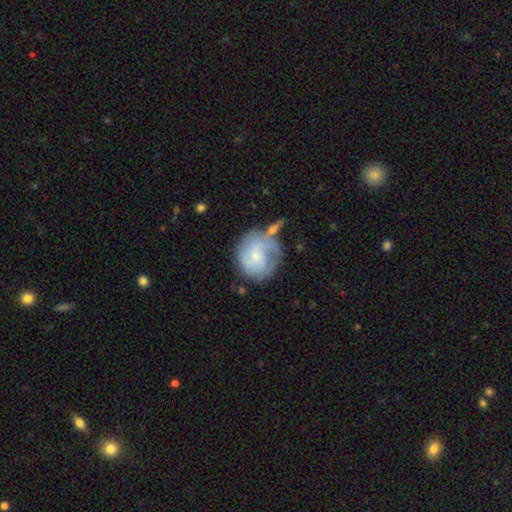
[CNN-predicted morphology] Overall: featured or disk (69%). Edge-on disk: no (98%). Bar: no (58%; weak 37%). Spiral arms: yes (89%). Spiral arm count: 2 (40%; can't tell 25%). Spiral winding: tight (43%; medium 41%). Bulge size: small (63%; moderate 26%). Merging: none (52%; minor disturbance 21%).